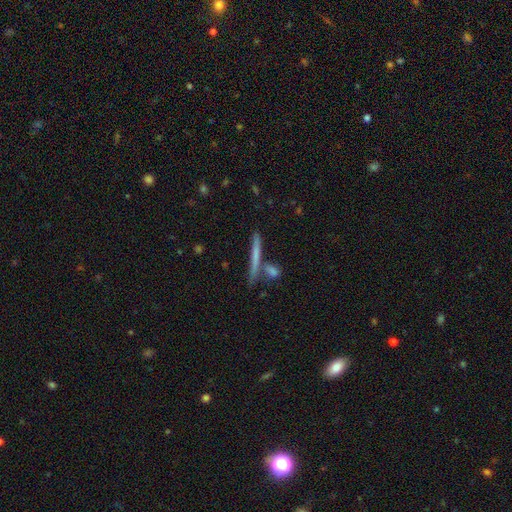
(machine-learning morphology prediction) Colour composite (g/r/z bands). It shows a smooth galaxy with no disk features (54%) that is cigar-shaped (94%). Merging: none (73%).